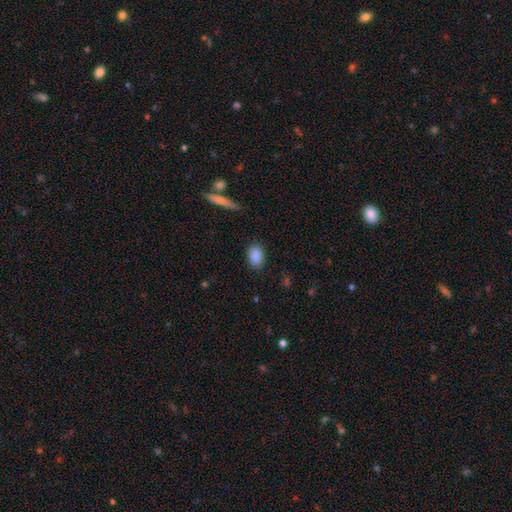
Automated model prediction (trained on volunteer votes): This is clearly a smooth galaxy (89%). How rounded: clearly in between (86%). Merging: clearly none (84%).